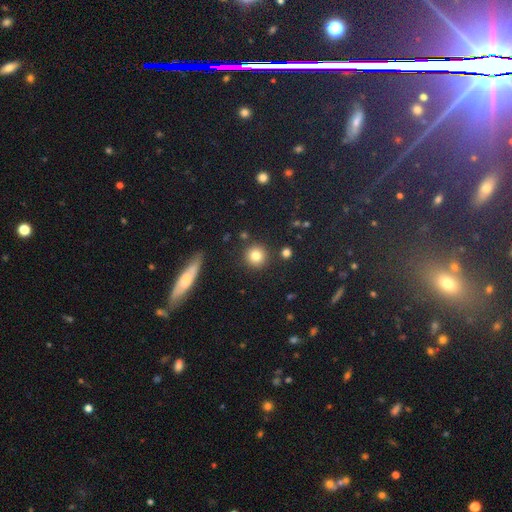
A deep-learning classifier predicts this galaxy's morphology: A smooth galaxy with no disk features (82%) that is round (93%). Merging: none (87%).